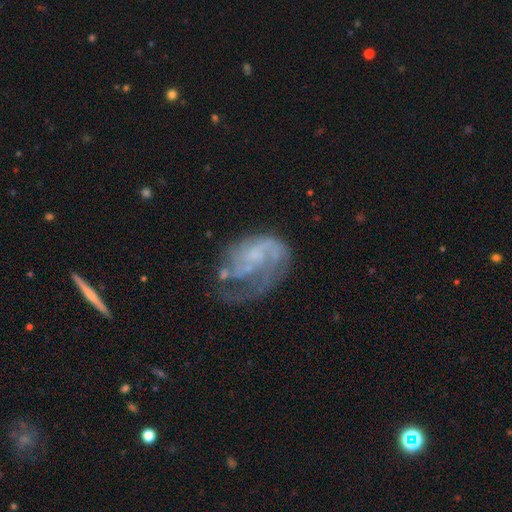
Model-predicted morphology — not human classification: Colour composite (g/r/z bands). It shows a featured or disk galaxy (74%) with no bar (69%), 1 (48%) medium (36%) spiral arms (80%) and no central bulge (44%). Merging: major disturbance (37%, tied with none).